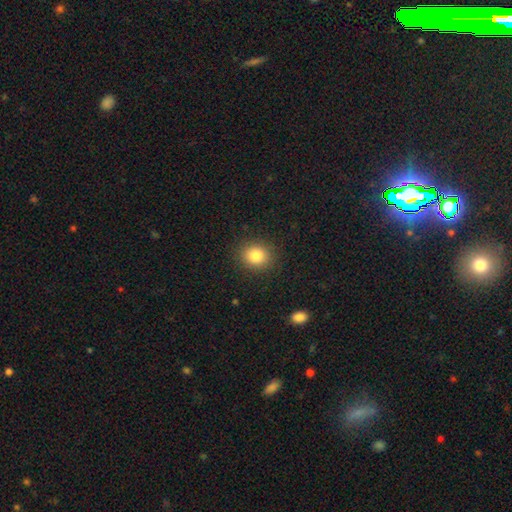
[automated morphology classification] Smooth or featured: smooth — 83% (star or artifact — 10%)
How rounded: round — 74% (in between — 26%)
Merging: none — 89% (minor disturbance — 7%)